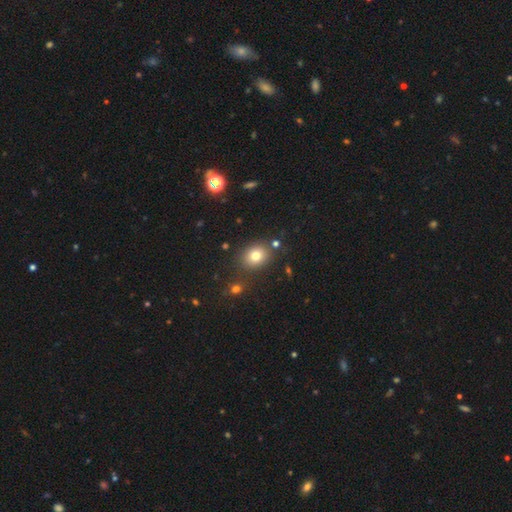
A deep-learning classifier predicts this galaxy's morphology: type=smooth (78%); roundness=round (51%); merging=none (81%).